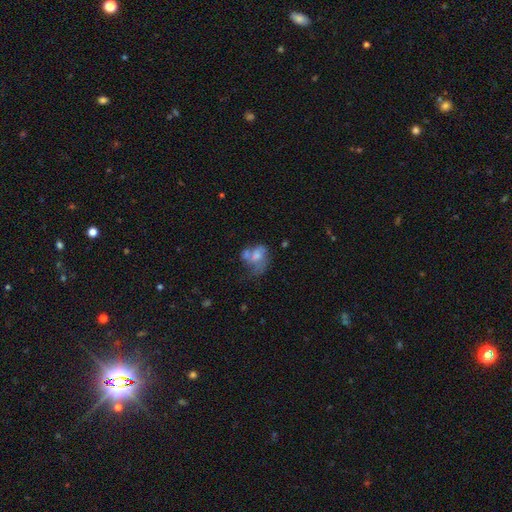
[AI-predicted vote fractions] A smooth galaxy with no disk features (50%).

Vote fractions:
- Smooth or featured? smooth: 50% / featured or disk: 40% / star or artifact: 11%
- Merging? merger: 34% / major disturbance: 27% / none: 21% / minor disturbance: 18%